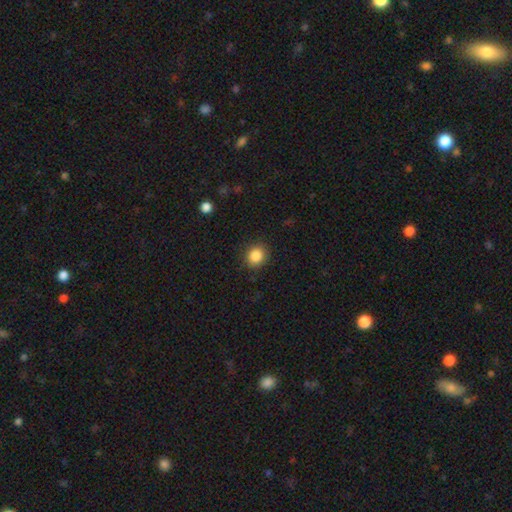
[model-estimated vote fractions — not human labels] Smooth or featured?
  - smooth: 86% *
  - star or artifact: 10%
  - featured or disk: 4%
How rounded?
  - round: 81% *
  - in between: 18%
  - cigar-shaped: 1%
Merging?
  - none: 89% *
  - minor disturbance: 8%
  - major disturbance: 3%
  - merger: 1%